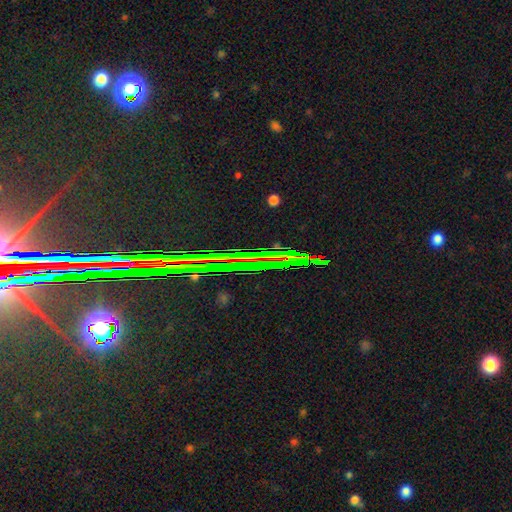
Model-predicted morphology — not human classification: Smooth or featured?
  - star or artifact: 78% *
  - featured or disk: 12%
  - smooth: 10%